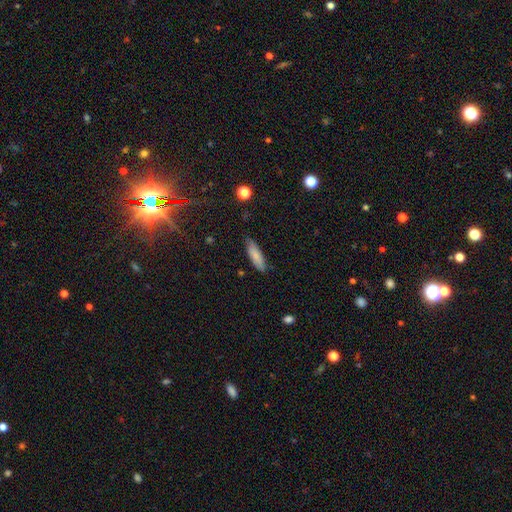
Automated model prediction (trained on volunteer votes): Smooth or featured?
  - smooth: 81% *
  - featured or disk: 12%
  - star or artifact: 6%
How rounded?
  - cigar-shaped: 50% *
  - in between: 49%
  - round: 2%
Merging?
  - none: 81% *
  - minor disturbance: 15%
  - major disturbance: 2%
  - merger: 1%